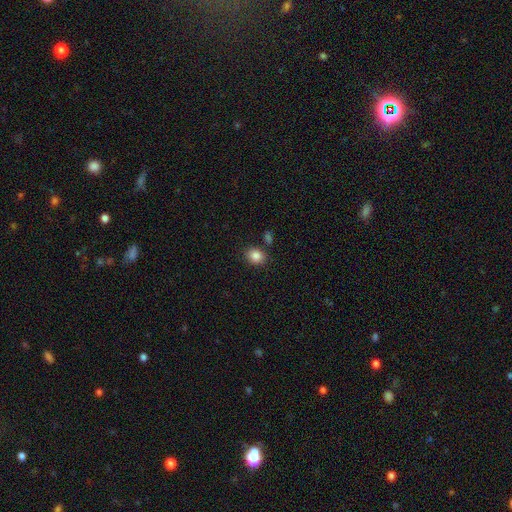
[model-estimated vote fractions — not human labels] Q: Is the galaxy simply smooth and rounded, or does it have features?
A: smooth — 85%.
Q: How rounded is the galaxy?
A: round — 53%.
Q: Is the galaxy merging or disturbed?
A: none — 81%.